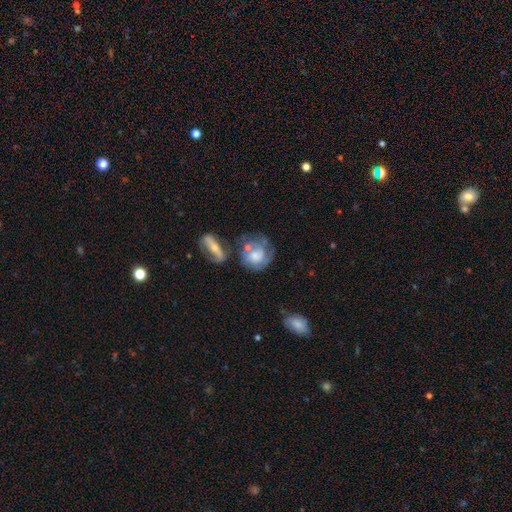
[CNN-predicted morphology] smooth-or-featured: featured or disk: 64% | smooth: 29% | star or artifact: 7%
  disk-edge-on: no: 96% | yes: 4%
    bar: no: 72% | weak: 23% | strong: 5%
    has-spiral-arms: yes: 82% | no: 18%
      spiral-winding: tight: 48% | medium: 35% | loose: 17%
      spiral-arm-count: 2: 33% (tied) | can't tell: 33% (tied) | 3: 16% | 1: 12% | 4: 4% | more than 4: 3%
    bulge-size: moderate: 40% | small: 35% | large: 12% | none: 10% | dominant: 2%
  merging: none: 44% | merger: 21% | minor disturbance: 20% | major disturbance: 16%